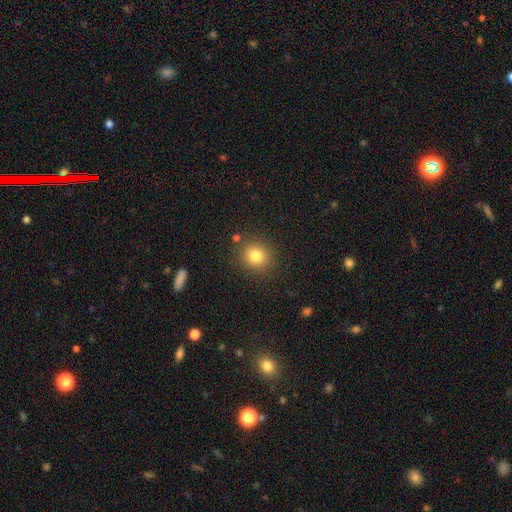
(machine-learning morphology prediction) Smooth or featured? smooth (81%)
How rounded? round (87%)
Merging? none (87%)